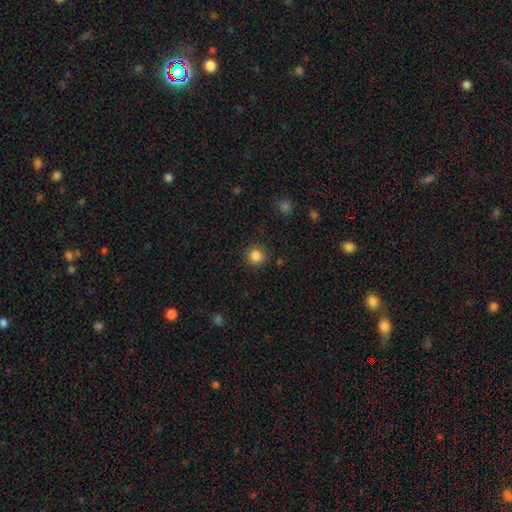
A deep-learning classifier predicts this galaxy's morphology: A smooth galaxy with no disk features (85%) that is round (94%).

Vote fractions:
- Smooth or featured? smooth: 85% / star or artifact: 11% / featured or disk: 3%
- How rounded? round: 94% / in between: 5% / cigar-shaped: 1%
- Merging? none: 90% / minor disturbance: 7% / major disturbance: 2% / merger: 1%